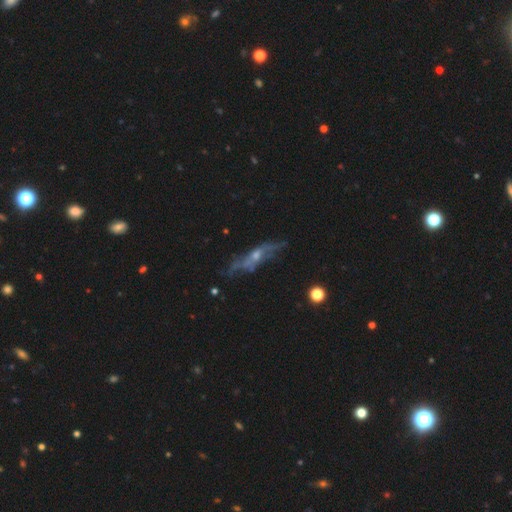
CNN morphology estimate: Smooth or featured?
  - featured or disk: 69% *
  - smooth: 21%
  - star or artifact: 10%
Edge-on disk?
  - yes: 54% *
  - no: 46%
Merging?
  - none: 59% *
  - minor disturbance: 24%
  - major disturbance: 13%
  - merger: 3%